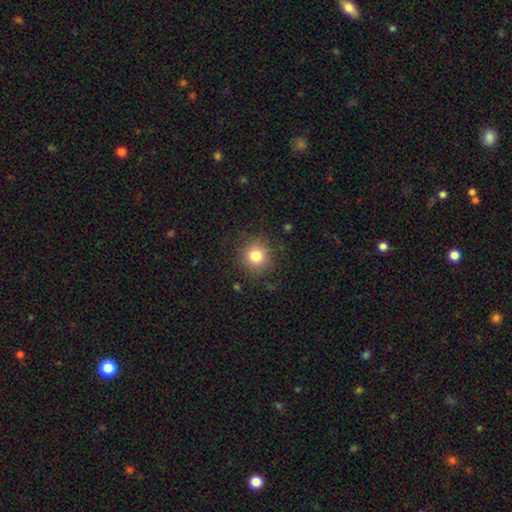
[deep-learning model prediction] smooth_or_featured: smooth (p=0.81) [alt: star or artifact p=0.12]
how_rounded: round (p=0.93) [alt: in between p=0.06]
merging: none (p=0.87) [alt: minor disturbance p=0.08]